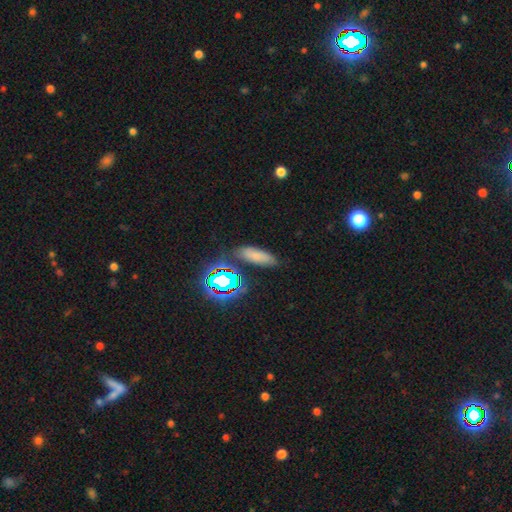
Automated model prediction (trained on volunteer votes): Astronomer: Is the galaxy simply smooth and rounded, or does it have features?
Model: smooth — 62%.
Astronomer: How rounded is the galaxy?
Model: in between — 59% (runner-up: cigar-shaped, 36%).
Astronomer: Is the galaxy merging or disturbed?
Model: none — 77%.